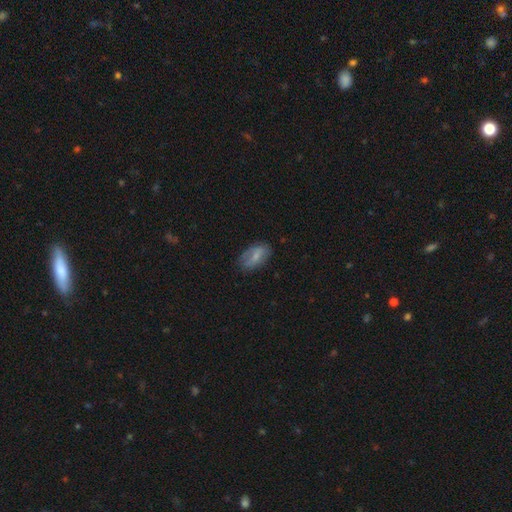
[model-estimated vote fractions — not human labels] Smooth or featured?
  - smooth: 62% *
  - featured or disk: 31%
  - star or artifact: 7%
How rounded?
  - in between: 91% *
  - round: 6%
  - cigar-shaped: 3%
Merging?
  - none: 68% *
  - minor disturbance: 23%
  - major disturbance: 7%
  - merger: 1%